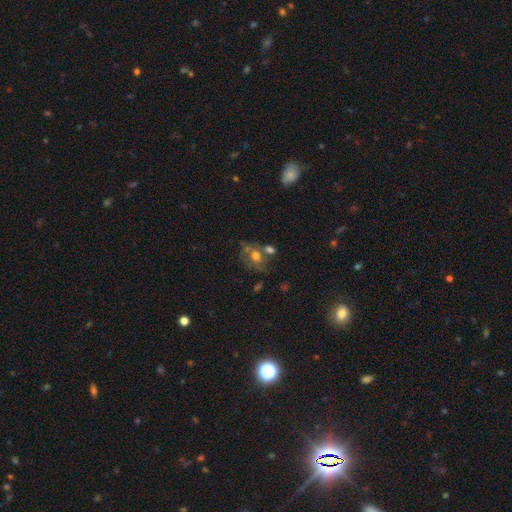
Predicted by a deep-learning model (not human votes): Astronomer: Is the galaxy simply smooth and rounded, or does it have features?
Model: smooth — 47% (runner-up: featured or disk, 40%).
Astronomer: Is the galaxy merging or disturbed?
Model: none — 42% (runner-up: merger, 26%).